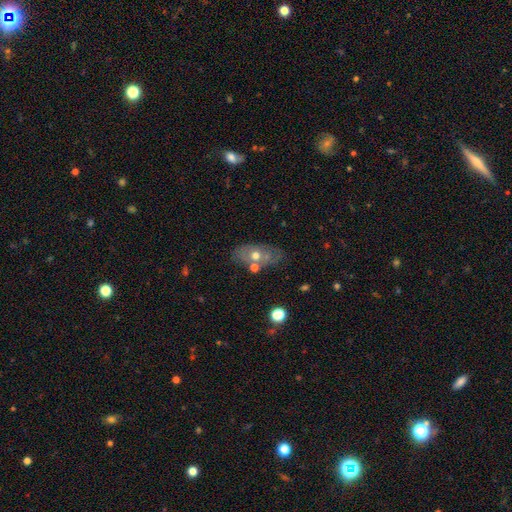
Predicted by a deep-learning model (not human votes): A smooth galaxy with no disk features (50%). Merging: none (58%).